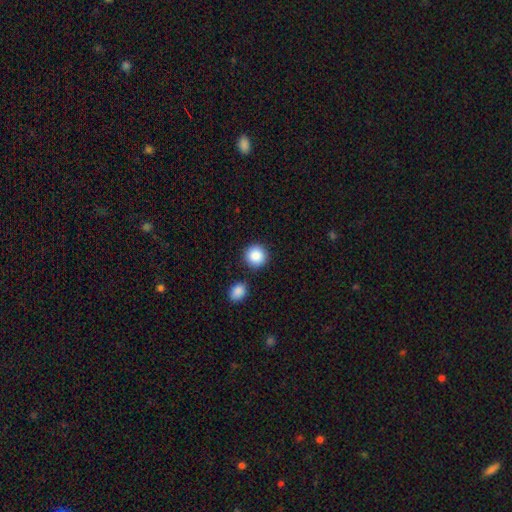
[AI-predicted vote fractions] A smooth galaxy with no disk features (89%) that is round (92%).

Vote fractions:
- Smooth or featured? smooth: 89% / star or artifact: 7% / featured or disk: 4%
- How rounded? round: 92% / in between: 7% / cigar-shaped: 1%
- Merging? none: 84% / minor disturbance: 8% / merger: 6% / major disturbance: 2%